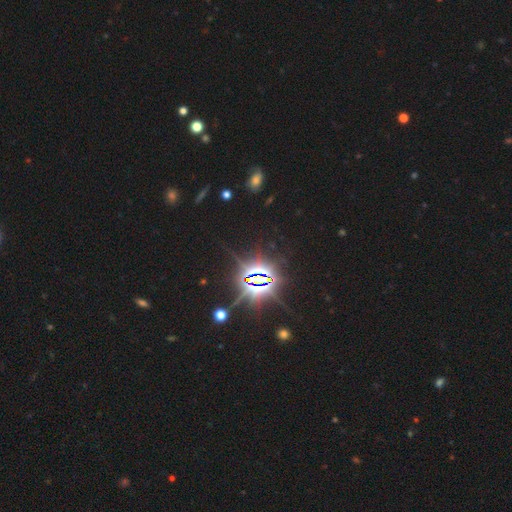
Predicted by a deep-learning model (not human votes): Smooth or featured?
  - star or artifact: 84% *
  - smooth: 10%
  - featured or disk: 6%